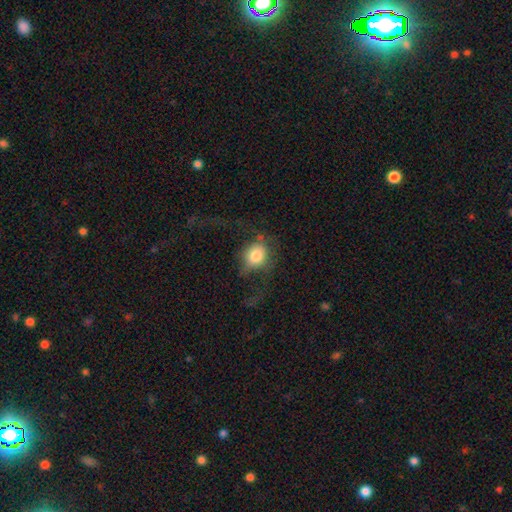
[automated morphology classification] This is likely a smooth galaxy (71%). How rounded: possibly round (60%). Merging: marginally major disturbance (41%).